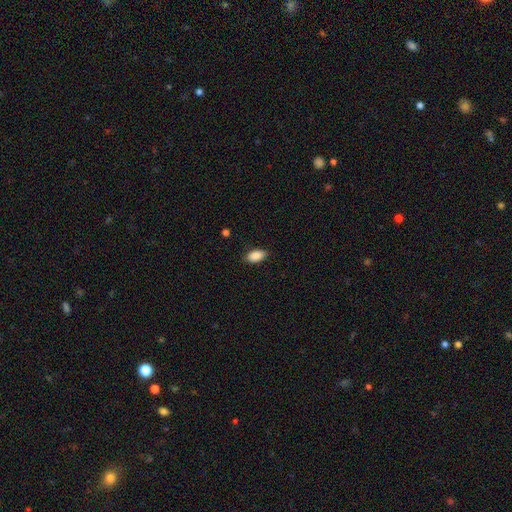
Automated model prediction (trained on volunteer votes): smooth 89%, star or artifact 7%, featured or disk 4%. Down the decision tree: how rounded — in between (93%); merging — none (85%).